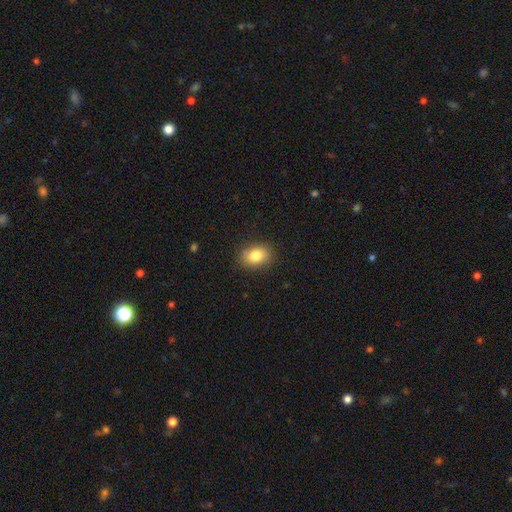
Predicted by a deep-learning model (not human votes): Smooth or featured?
  - smooth: 83% *
  - star or artifact: 9%
  - featured or disk: 8%
How rounded?
  - in between: 73% *
  - round: 25%
  - cigar-shaped: 1%
Merging?
  - none: 86% *
  - minor disturbance: 10%
  - major disturbance: 3%
  - merger: 1%